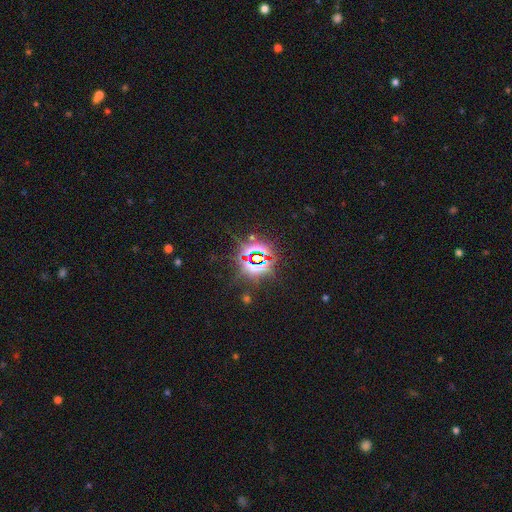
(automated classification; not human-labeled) smooth_or_featured: star or artifact (p=0.83) [alt: smooth p=0.09]